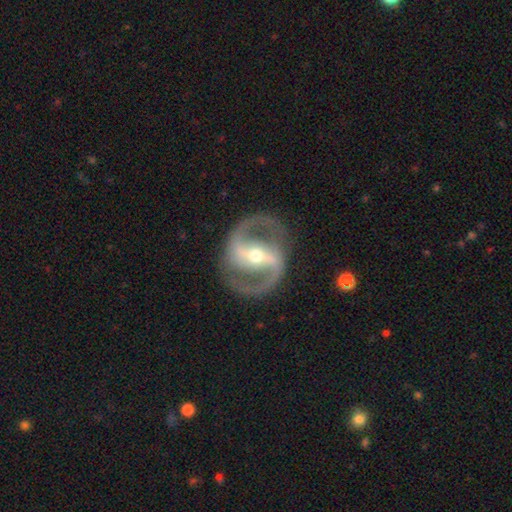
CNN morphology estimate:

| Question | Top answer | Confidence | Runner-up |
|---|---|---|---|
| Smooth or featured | featured or disk | 93% | star or artifact (4%) |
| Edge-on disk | no | 97% | yes (3%) |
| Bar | strong | 65% | weak (25%) |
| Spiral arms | yes | 97% | no (3%) |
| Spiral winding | medium | 63% | tight (21%) |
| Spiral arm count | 2 | 94% | can't tell (2%) |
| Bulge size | moderate | 58% | small (37%) |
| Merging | none | 86% | minor disturbance (9%) |